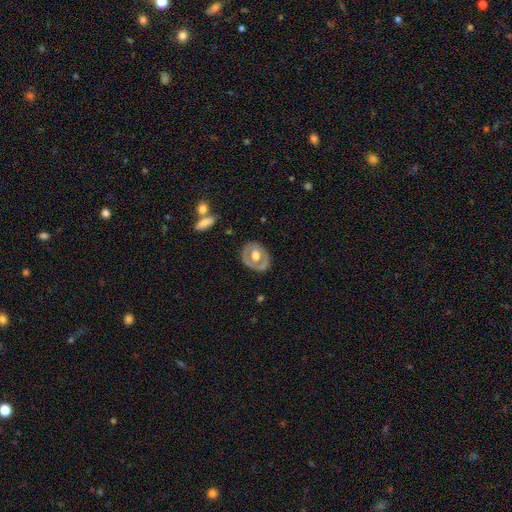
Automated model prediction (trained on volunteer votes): This appears to be a featured or disk galaxy (55%) with no bar (76%), no spiral arms (85%) and a moderate central bulge (60%). Merging: none (77%).